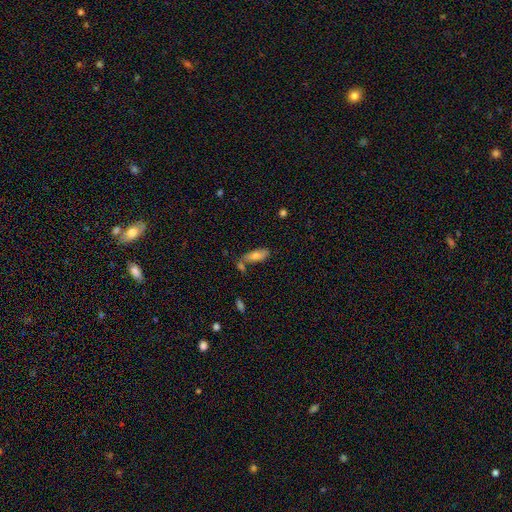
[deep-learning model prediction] Smooth or featured: smooth — 70% (featured or disk — 23%)
How rounded: in between — 74% (cigar-shaped — 23%)
Merging: none — 59% (minor disturbance — 18%)